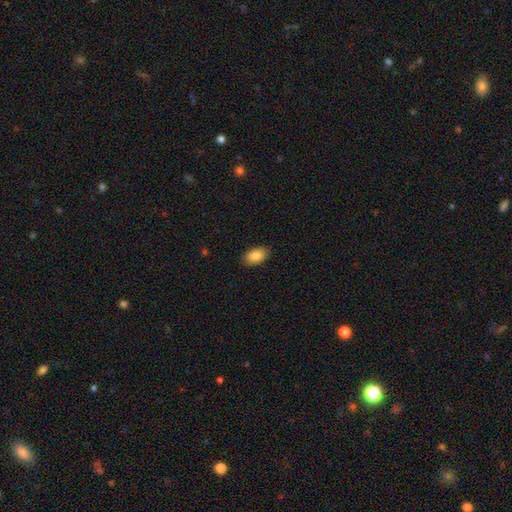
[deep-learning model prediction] Smooth or featured? Predicted: smooth (p=0.88). How rounded? Predicted: in between (p=0.94). Merging? Predicted: none (p=0.87).